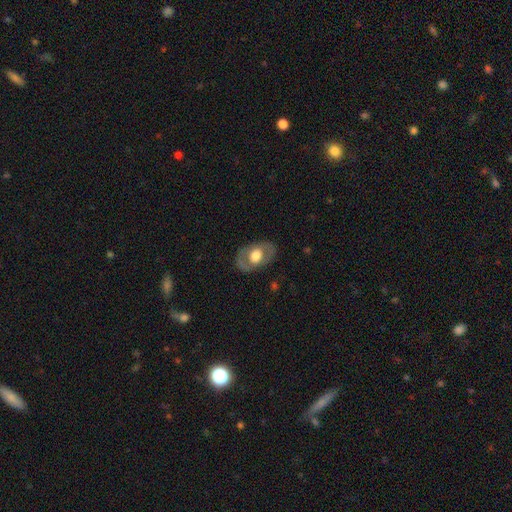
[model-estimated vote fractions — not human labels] Smooth or featured: featured or disk — 49% (smooth — 45%)
Merging: none — 81% (minor disturbance — 13%)